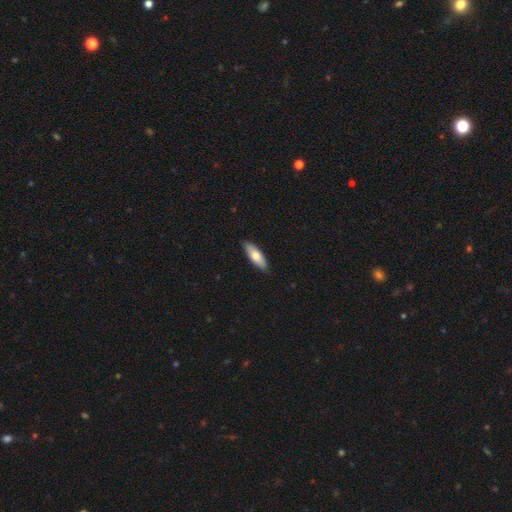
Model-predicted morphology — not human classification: Smooth or featured? Predicted: smooth (p=0.70). How rounded? Predicted: in between (p=0.60). Merging? Predicted: none (p=0.88).